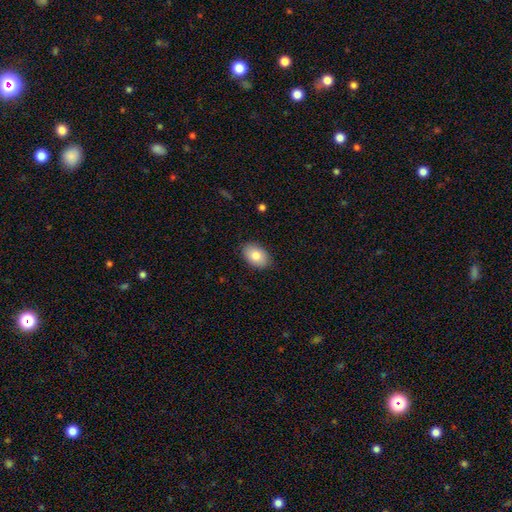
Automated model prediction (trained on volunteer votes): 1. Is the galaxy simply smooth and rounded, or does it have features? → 81% smooth, 12% featured or disk, 7% star or artifact.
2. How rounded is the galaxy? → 86% in between, 13% round, 1% cigar-shaped.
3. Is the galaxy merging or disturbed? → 87% none, 10% minor disturbance, 2% major disturbance, 1% merger.